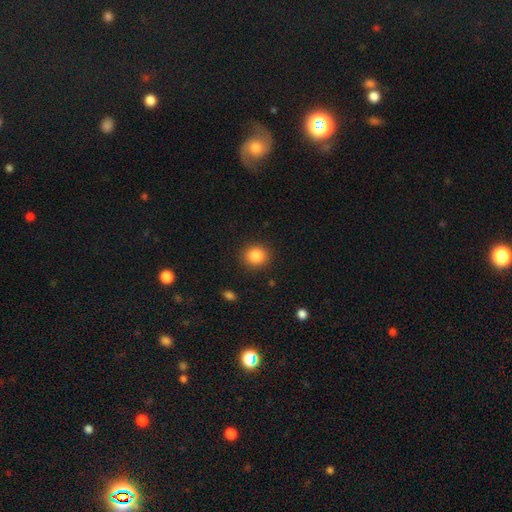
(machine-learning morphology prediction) The model was most divided on "how rounded": round: 81%, in between: 18%, cigar-shaped: 1%. More confident: merging — none (90%); smooth or featured — smooth (85%).